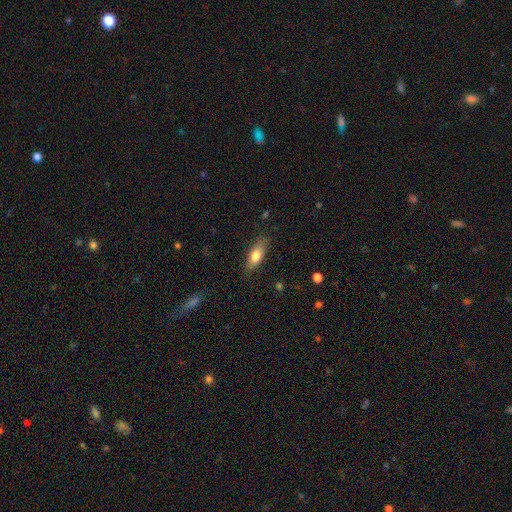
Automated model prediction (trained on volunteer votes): smooth-or-featured: smooth: 76% | featured or disk: 17% | star or artifact: 7%
  how-rounded: in between: 68% | cigar-shaped: 30% | round: 3%
  merging: none: 82% | minor disturbance: 14% | major disturbance: 3% | merger: 1%